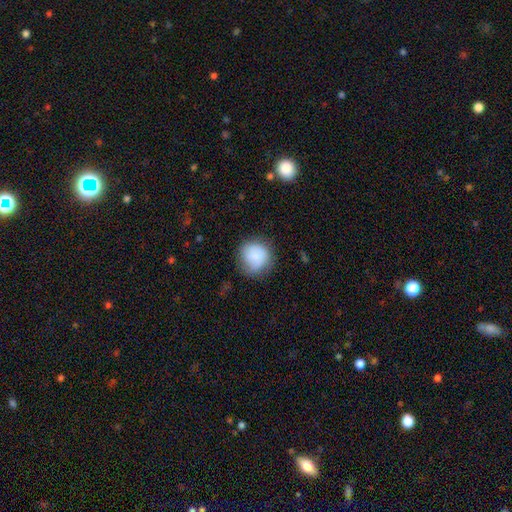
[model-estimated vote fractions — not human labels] A smooth galaxy with no disk features (83%) that is round (87%). Merging: none (68%).